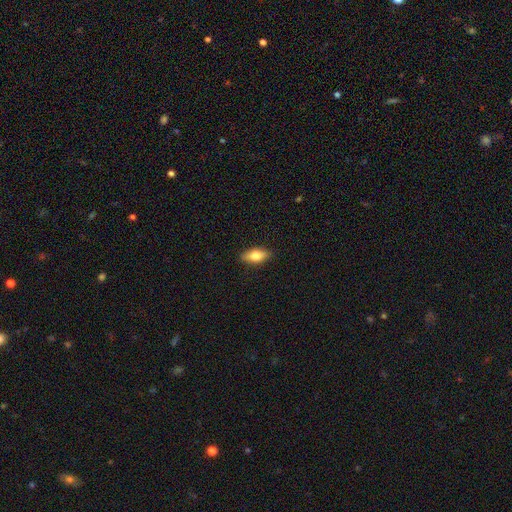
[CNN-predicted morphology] smooth-or-featured: smooth: 73% | featured or disk: 20% | star or artifact: 7%
  how-rounded: in between: 81% | cigar-shaped: 16% | round: 4%
  merging: none: 88% | minor disturbance: 9% | major disturbance: 2% | merger: 1%